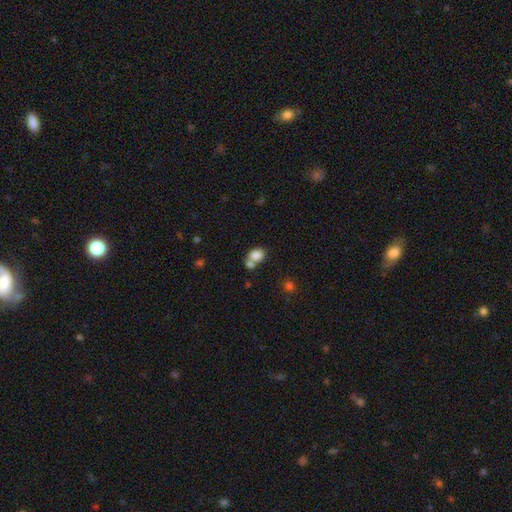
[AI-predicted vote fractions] Smooth or featured? Predicted: smooth (p=0.82). How rounded? Predicted: in between (p=0.54). Merging? Predicted: merger (p=0.45).